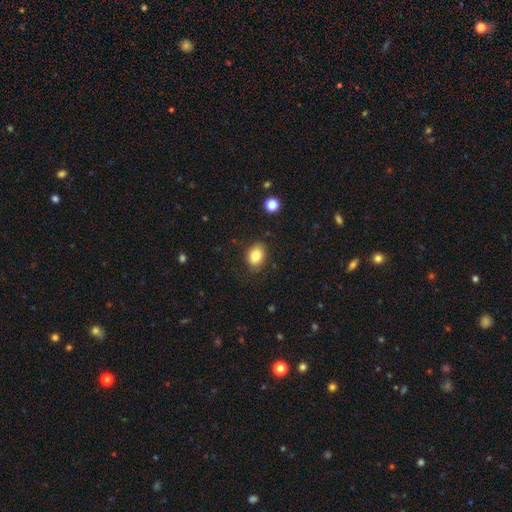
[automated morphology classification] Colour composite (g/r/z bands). It shows a smooth galaxy with no disk features (83%) that is in between round and cigar-shaped (75%). Merging: none (82%).